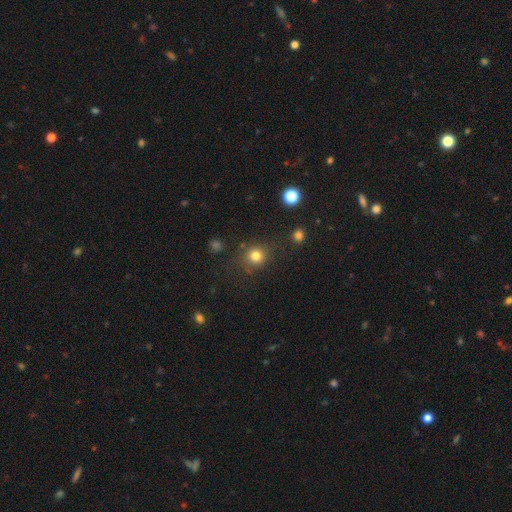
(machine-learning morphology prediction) smooth 80%, star or artifact 14%, featured or disk 6%. Down the decision tree: how rounded — round (88%); merging — none (80%).